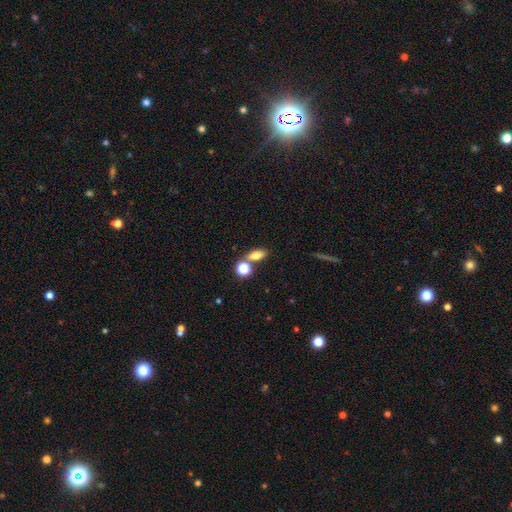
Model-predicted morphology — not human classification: smooth 76%, star or artifact 13%, featured or disk 11%. Down the decision tree: how rounded — in between (75%); merging — none (59%).